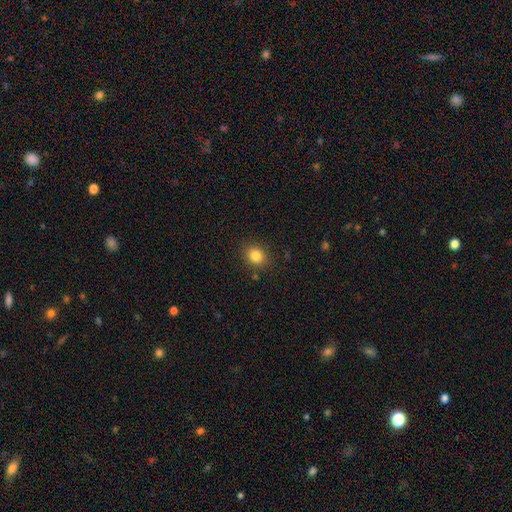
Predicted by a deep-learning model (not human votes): The model was most divided on "how rounded": round: 60%, in between: 40%, cigar-shaped: 1%. More confident: merging — none (87%); smooth or featured — smooth (83%).